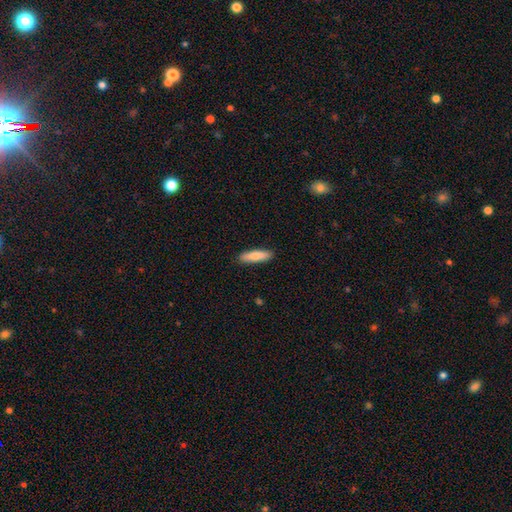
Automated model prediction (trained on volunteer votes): This is clearly a smooth galaxy (81%). How rounded: likely cigar-shaped (71%). Merging: clearly none (90%).